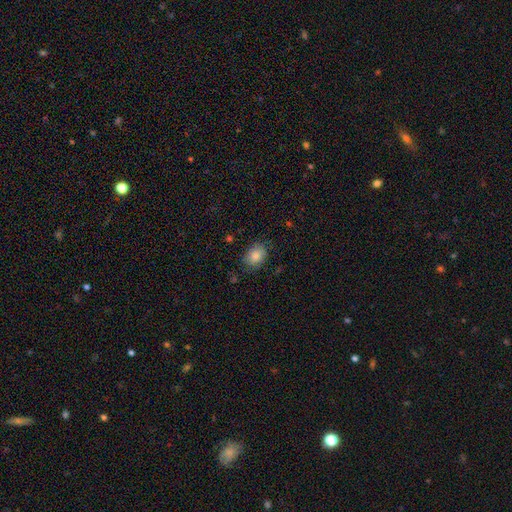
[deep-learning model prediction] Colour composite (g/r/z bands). It shows a smooth galaxy with no disk features (84%) that is in between round and cigar-shaped (68%). Merging: none (79%).